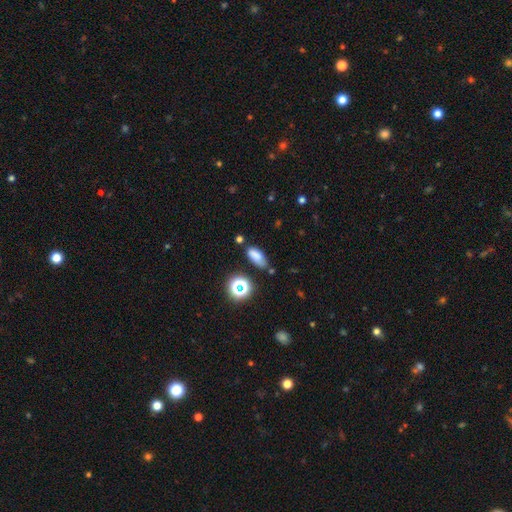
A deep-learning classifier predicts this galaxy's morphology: This is likely a smooth galaxy (73%). How rounded: clearly in between (81%). Merging: likely none (65%).